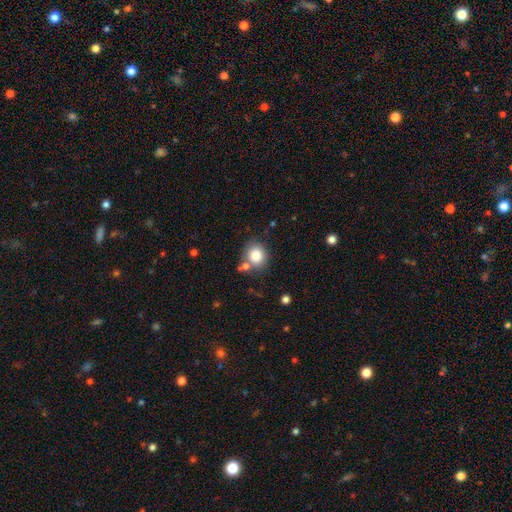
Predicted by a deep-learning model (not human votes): This appears to be a smooth galaxy with no disk features (81%) that is round (73%). Merging: none (72%).